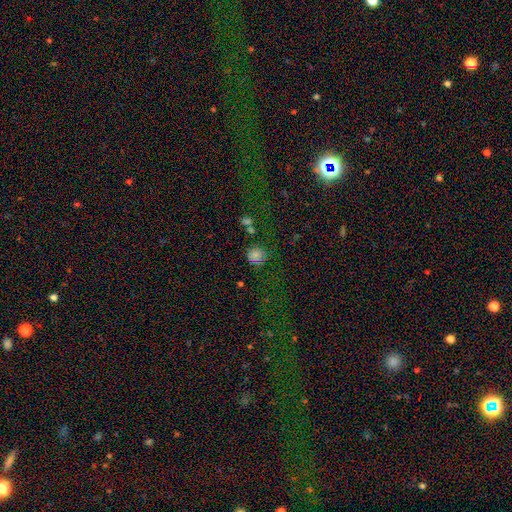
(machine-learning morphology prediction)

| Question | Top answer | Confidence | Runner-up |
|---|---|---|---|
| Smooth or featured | smooth | 79% | star or artifact (14%) |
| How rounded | round | 89% | in between (10%) |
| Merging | none | 76% | minor disturbance (15%) |